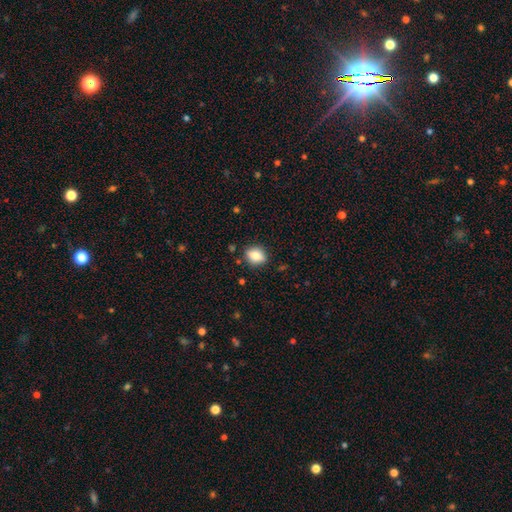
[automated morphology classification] This appears to be a smooth galaxy with no disk features (82%) that is in between round and cigar-shaped (56%). Merging: none (84%).